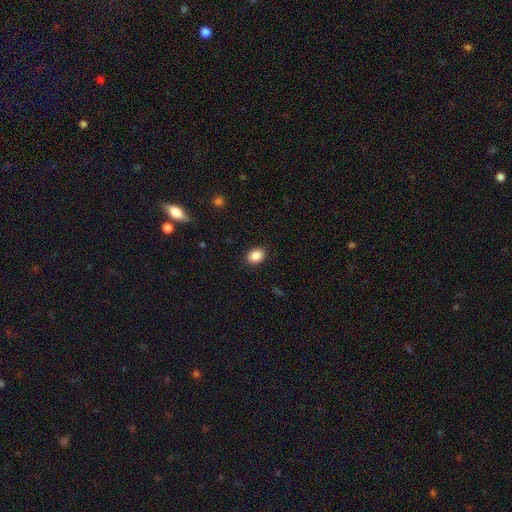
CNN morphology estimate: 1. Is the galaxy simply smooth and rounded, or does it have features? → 88% smooth, 9% star or artifact, 4% featured or disk.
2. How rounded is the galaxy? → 62% in between, 37% round, 1% cigar-shaped.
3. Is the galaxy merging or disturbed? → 89% none, 7% minor disturbance, 2% major disturbance, 1% merger.